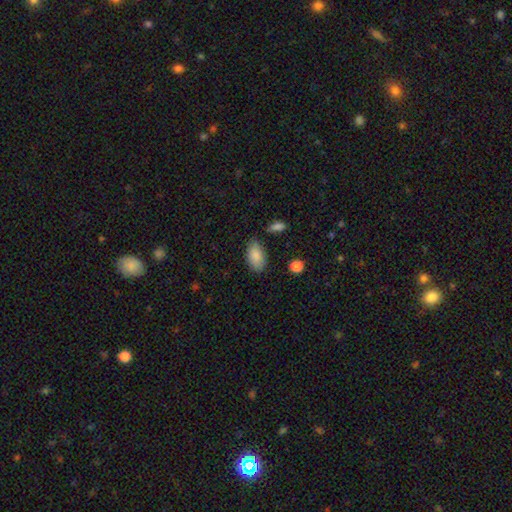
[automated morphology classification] smooth-or-featured: smooth: 87% | star or artifact: 7% | featured or disk: 6%
  how-rounded: in between: 93% | round: 4% | cigar-shaped: 3%
  merging: none: 77% | minor disturbance: 17% | major disturbance: 4% | merger: 3%